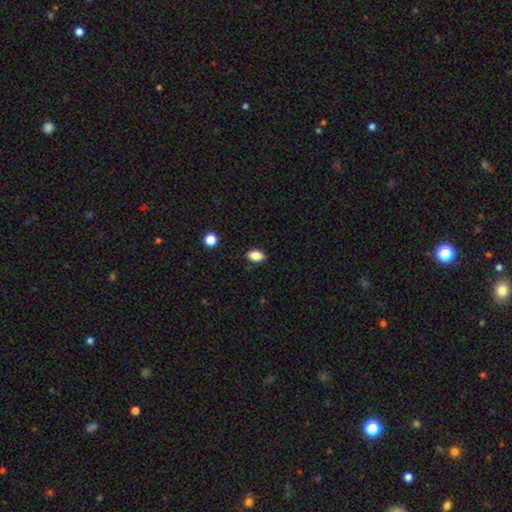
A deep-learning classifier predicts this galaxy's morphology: Overall: smooth (86%). How rounded: in between (85%). Merging: none (86%).